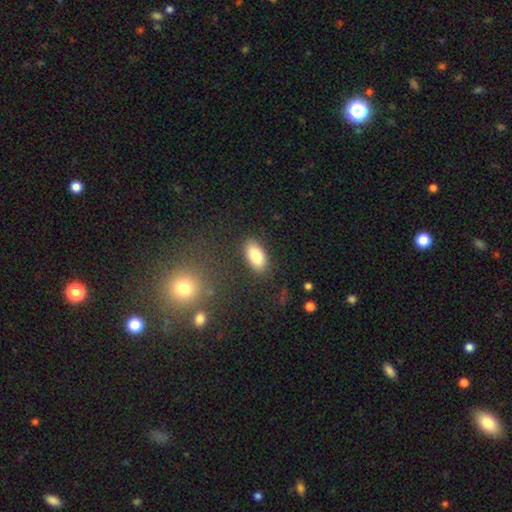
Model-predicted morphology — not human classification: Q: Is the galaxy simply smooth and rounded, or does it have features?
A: smooth — 83%.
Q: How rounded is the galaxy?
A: in between — 91%.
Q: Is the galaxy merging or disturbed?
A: none — 85%.